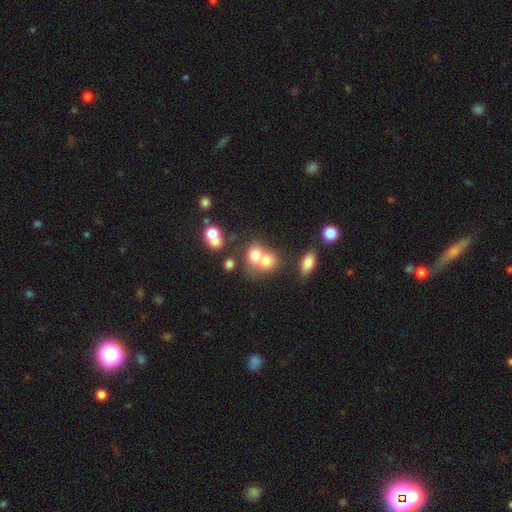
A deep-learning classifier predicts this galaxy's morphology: A smooth galaxy with no disk features (71%) that is round (65%). Merging: merger (61%).